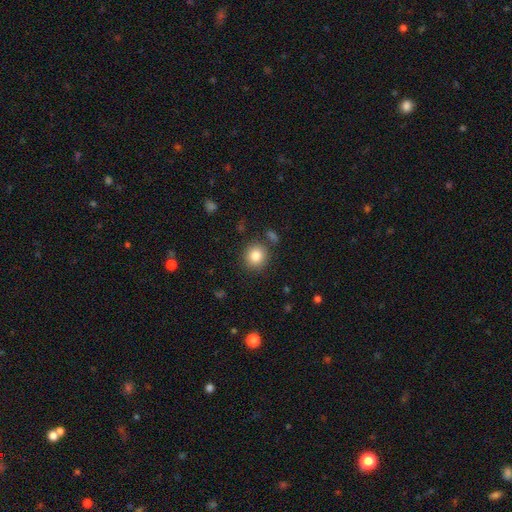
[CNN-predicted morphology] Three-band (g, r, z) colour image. It shows a smooth galaxy with no disk features (84%) that is round (88%). Merging: none (84%).